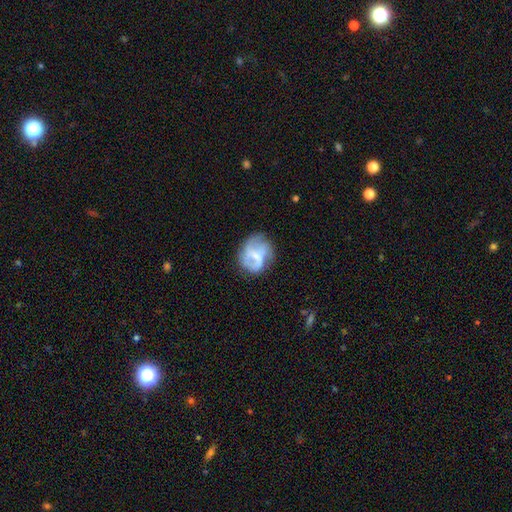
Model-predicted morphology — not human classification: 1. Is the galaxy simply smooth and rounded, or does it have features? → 58% featured or disk, 34% smooth, 8% star or artifact.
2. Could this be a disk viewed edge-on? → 97% no, 3% yes.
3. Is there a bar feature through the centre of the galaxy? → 43% weak, 40% no, 17% strong.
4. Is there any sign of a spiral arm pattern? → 67% yes, 33% no.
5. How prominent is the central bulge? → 51% small, 26% moderate, 20% none, 2% large, 1% dominant.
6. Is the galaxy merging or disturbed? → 53% none, 25% minor disturbance, 19% major disturbance, 3% merger.